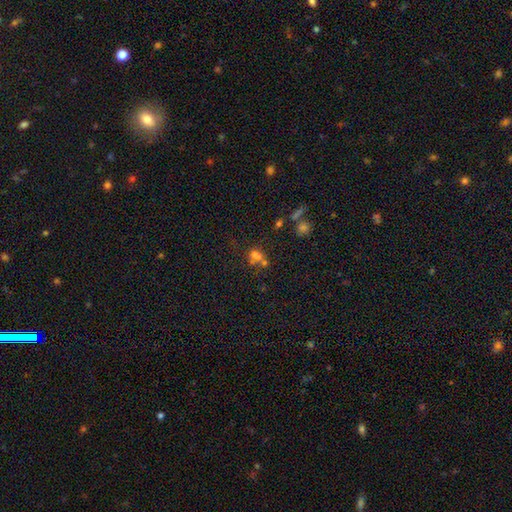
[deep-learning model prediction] smooth-or-featured: smooth: 57% | star or artifact: 26% | featured or disk: 17%
  how-rounded: round: 62% | in between: 36% | cigar-shaped: 2%
  merging: merger: 46% | none: 36% | minor disturbance: 11% | major disturbance: 8%